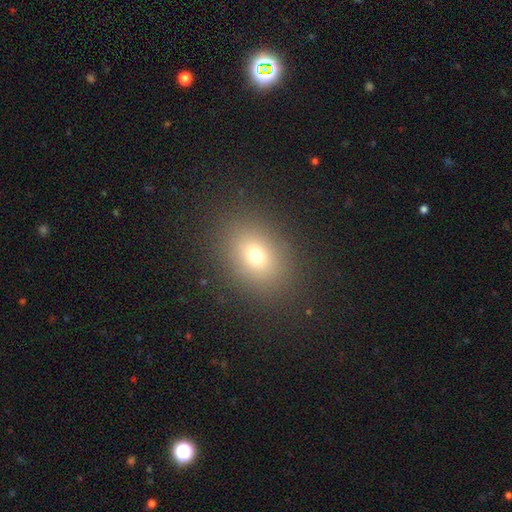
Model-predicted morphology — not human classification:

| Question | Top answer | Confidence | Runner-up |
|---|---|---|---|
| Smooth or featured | smooth | 71% | star or artifact (16%) |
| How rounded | in between | 59% | round (40%) |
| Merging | none | 87% | minor disturbance (8%) |